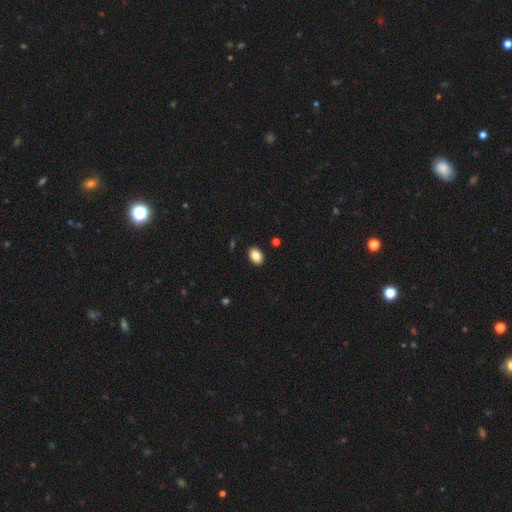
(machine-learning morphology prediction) Smooth or featured? Predicted: smooth (p=0.85). How rounded? Predicted: in between (p=0.84). Merging? Predicted: none (p=0.90).